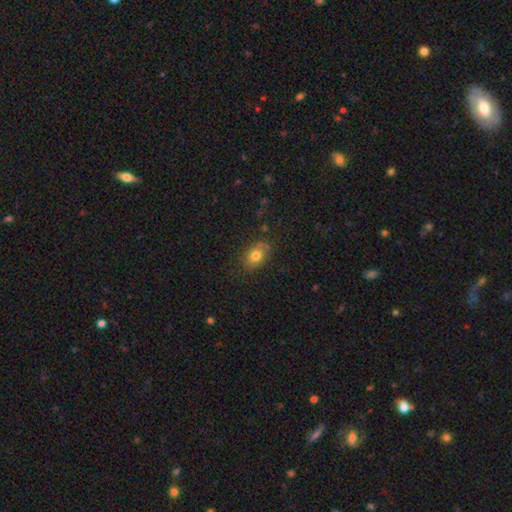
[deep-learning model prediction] smooth_or_featured: smooth (p=0.74) [alt: featured or disk p=0.16]
how_rounded: in between (p=0.75) [alt: round p=0.23]
merging: none (p=0.74) [alt: minor disturbance p=0.19]